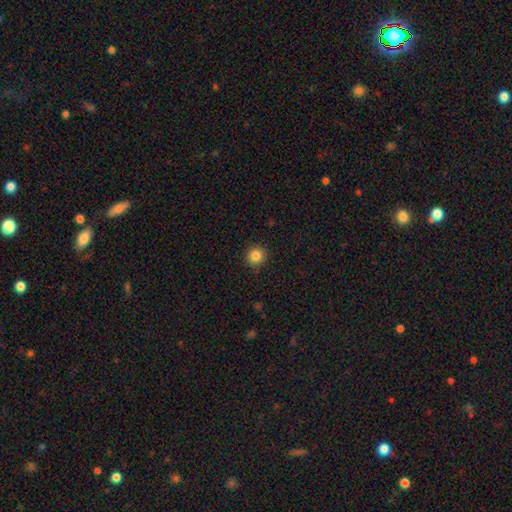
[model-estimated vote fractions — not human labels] Smooth or featured: smooth — 85% (star or artifact — 11%)
How rounded: round — 94% (in between — 6%)
Merging: none — 92% (minor disturbance — 5%)